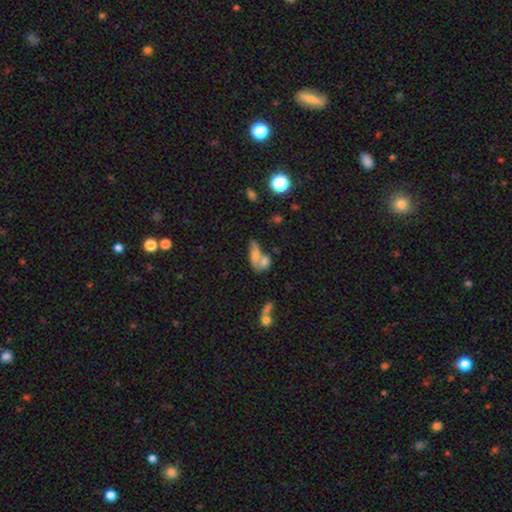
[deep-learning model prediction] smooth_or_featured: smooth (p=0.58) [alt: featured or disk p=0.28]
how_rounded: in between (p=0.71) [alt: cigar-shaped p=0.16]
merging: merger (p=0.55) [alt: none p=0.26]